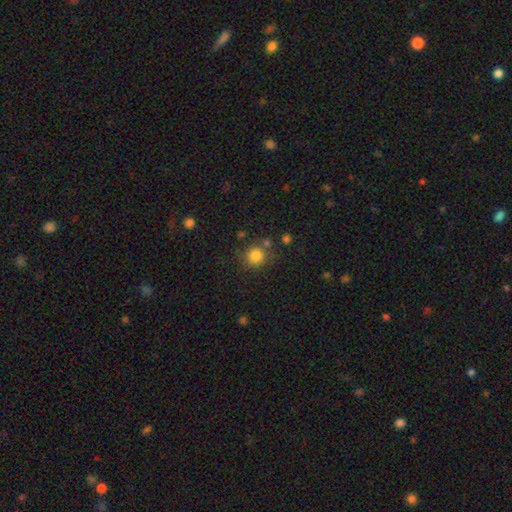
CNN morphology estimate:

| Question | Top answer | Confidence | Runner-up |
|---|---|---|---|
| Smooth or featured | smooth | 82% | star or artifact (12%) |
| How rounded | round | 89% | in between (10%) |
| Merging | none | 75% | minor disturbance (12%) |